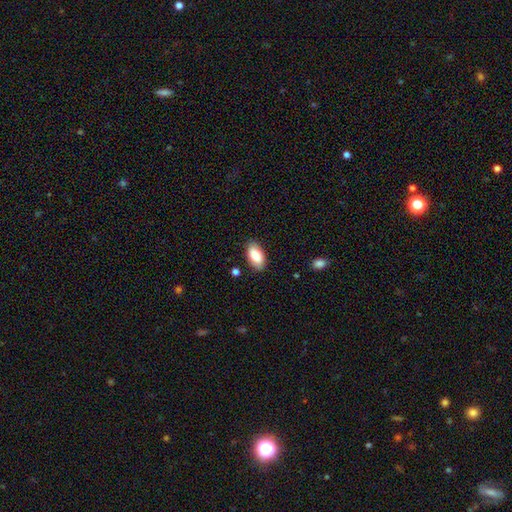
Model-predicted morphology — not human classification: Overall: smooth (83%). How rounded: in between (93%). Merging: none (85%).